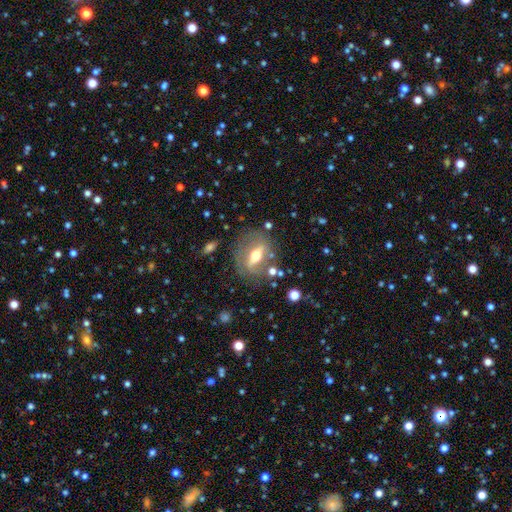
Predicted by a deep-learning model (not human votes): Q: Smooth or featured?
A: featured or disk (64%); runner-up: smooth (28%)
Q: Edge-on disk?
A: no (58%); runner-up: yes (42%)
Q: Merging?
A: none (71%); runner-up: minor disturbance (15%)